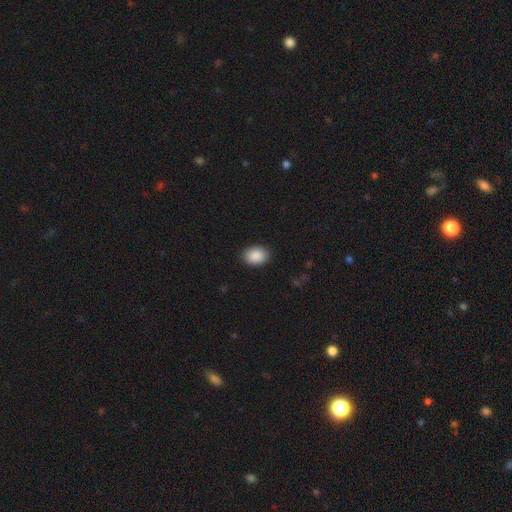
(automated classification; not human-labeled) Overall: smooth (90%). How rounded: in between (71%). Merging: none (89%).